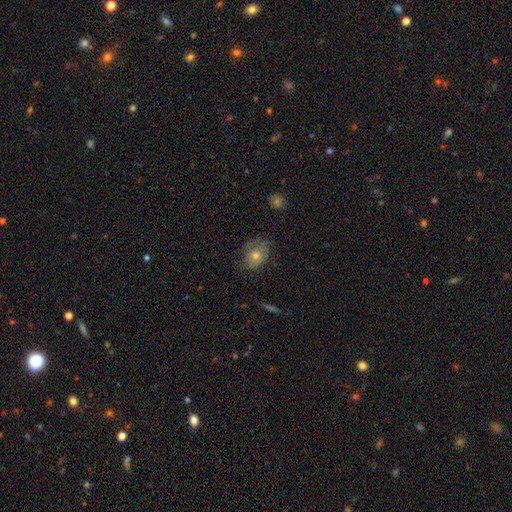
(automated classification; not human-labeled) Smooth or featured?
  - smooth: 53% *
  - featured or disk: 33%
  - star or artifact: 14%
How rounded?
  - in between: 54% *
  - round: 45%
  - cigar-shaped: 1%
Merging?
  - none: 68% *
  - minor disturbance: 22%
  - major disturbance: 8%
  - merger: 1%